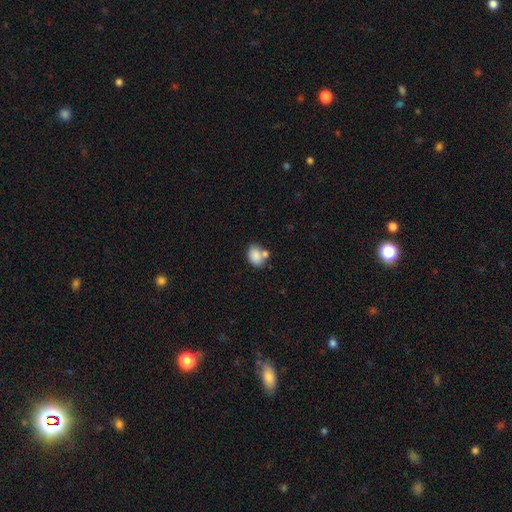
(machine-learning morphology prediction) Smooth or featured? Predicted: smooth (p=0.84). How rounded? Predicted: in between (p=0.72). Merging? Predicted: none (p=0.52).